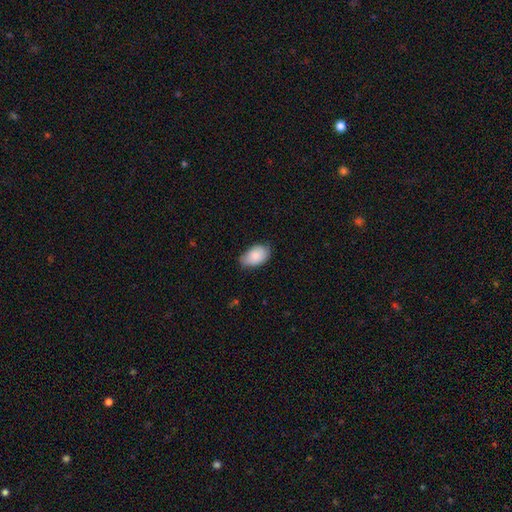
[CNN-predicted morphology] A smooth galaxy with no disk features (85%) that is in between round and cigar-shaped (92%).

Vote fractions:
- Smooth or featured? smooth: 85% / featured or disk: 9% / star or artifact: 6%
- How rounded? in between: 92% / round: 7% / cigar-shaped: 1%
- Merging? none: 65% / minor disturbance: 30% / major disturbance: 4% / merger: 1%